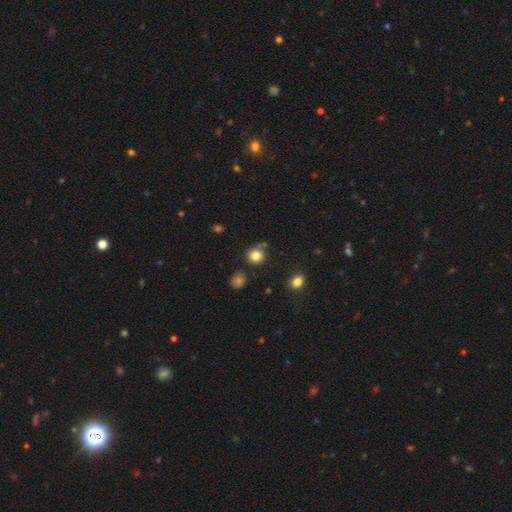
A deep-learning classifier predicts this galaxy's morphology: Smooth or featured? Predicted: smooth (p=0.81). How rounded? Predicted: round (p=0.87). Merging? Predicted: none (p=0.70).